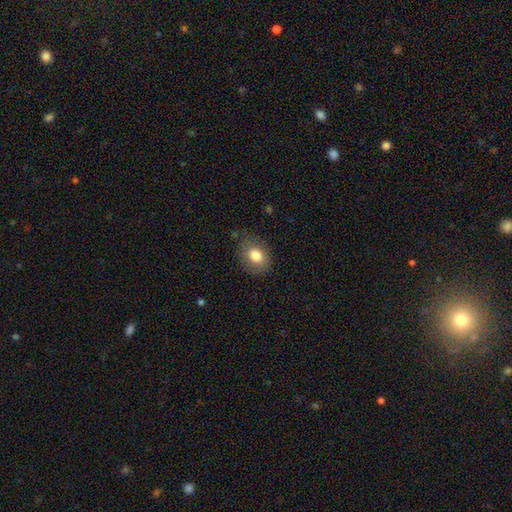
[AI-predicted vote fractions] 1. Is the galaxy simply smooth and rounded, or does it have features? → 80% smooth, 11% featured or disk, 8% star or artifact.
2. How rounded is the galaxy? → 64% in between, 35% round, 1% cigar-shaped.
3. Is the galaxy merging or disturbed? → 77% none, 17% minor disturbance, 5% major disturbance, 1% merger.